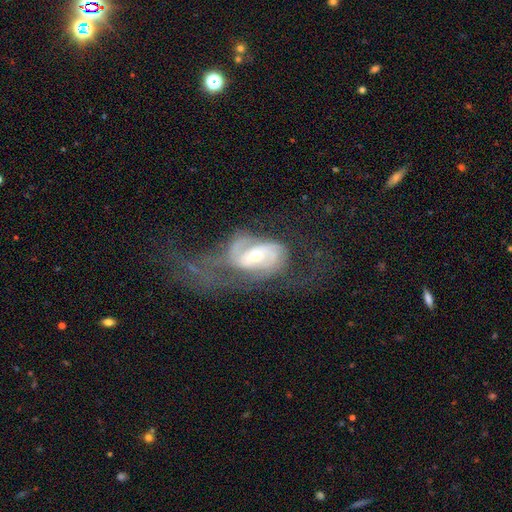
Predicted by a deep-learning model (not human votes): featured or disk 81%, smooth 12%, star or artifact 6%. Down the decision tree: edge-on disk — no (96%); bar — weak (42%, tied with no); spiral arms — yes (89%); spiral arm count — 2 (53%); spiral winding — medium (40%); bulge size — moderate (54%); merging — major disturbance (52%).